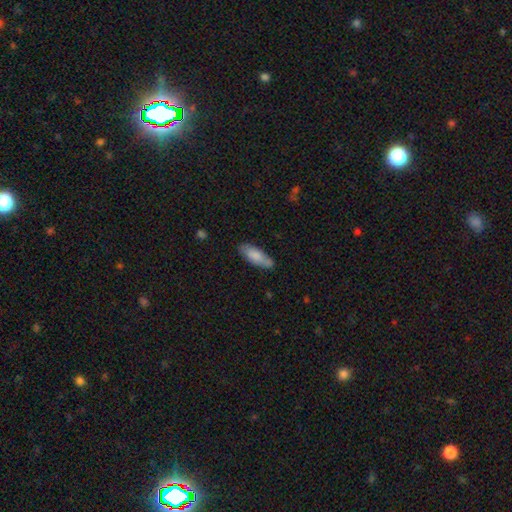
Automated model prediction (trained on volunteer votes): A smooth galaxy with no disk features (79%) that is in between round and cigar-shaped (66%). Merging: none (73%).